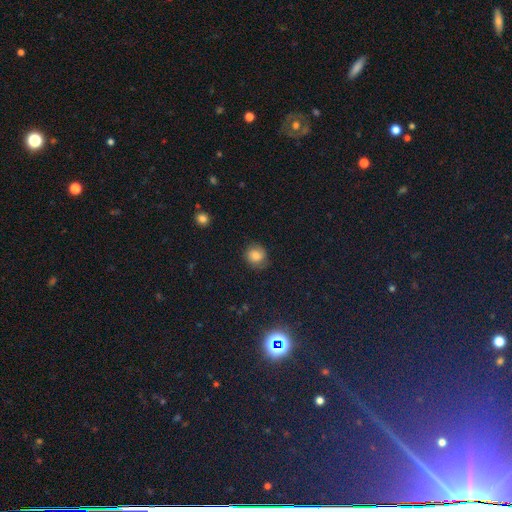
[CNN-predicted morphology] A smooth galaxy with no disk features (72%) that is round (83%). Merging: none (77%).